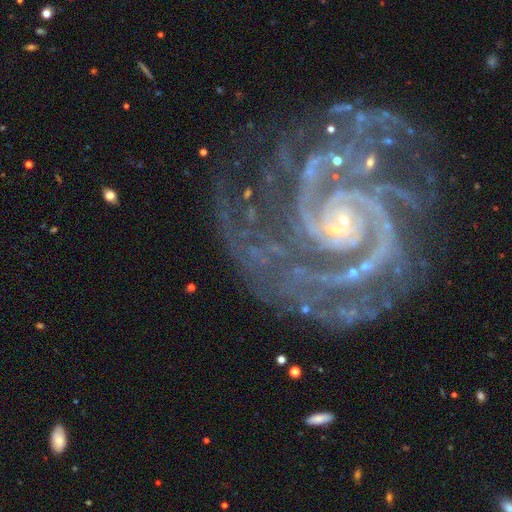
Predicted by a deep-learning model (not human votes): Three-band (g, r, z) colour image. It shows a featured or disk galaxy (93%) with no bar (61%), 2 (49%) tight (65%) spiral arms (99%) and a small central bulge (80%). Merging: none (67%).